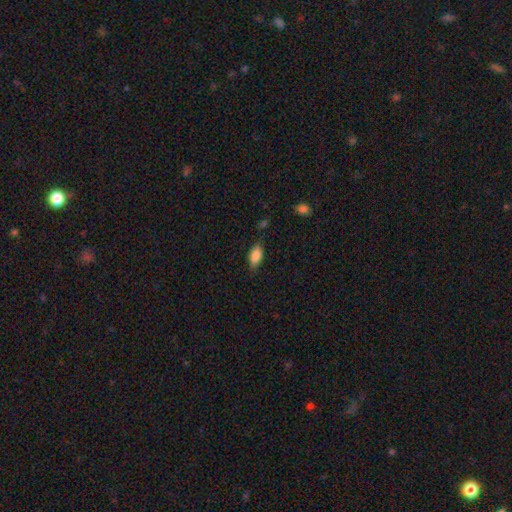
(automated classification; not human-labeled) smooth-or-featured: smooth: 85% | star or artifact: 8% | featured or disk: 8%
  how-rounded: in between: 88% | cigar-shaped: 8% | round: 3%
  merging: none: 75% | minor disturbance: 18% | major disturbance: 4% | merger: 2%